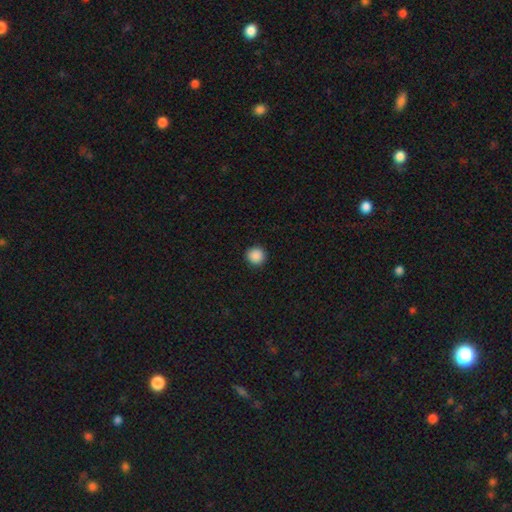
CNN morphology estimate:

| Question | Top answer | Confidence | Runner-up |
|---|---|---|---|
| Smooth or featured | smooth | 89% | star or artifact (9%) |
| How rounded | round | 94% | in between (5%) |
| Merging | none | 93% | minor disturbance (5%) |